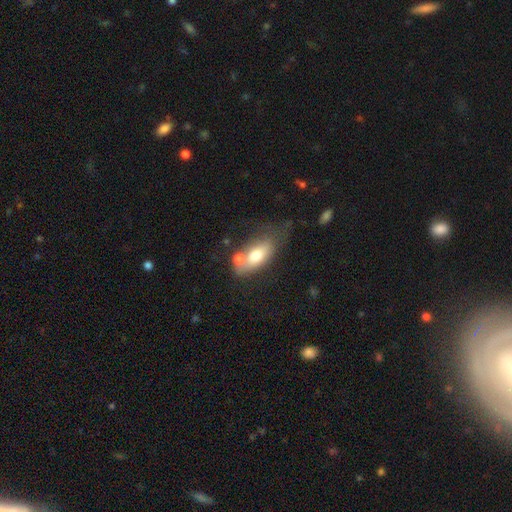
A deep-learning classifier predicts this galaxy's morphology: smooth-or-featured: smooth: 68% | featured or disk: 24% | star or artifact: 8%
  how-rounded: in between: 85% | cigar-shaped: 9% | round: 6%
  merging: none: 38% | merger: 31% | minor disturbance: 19% | major disturbance: 11%